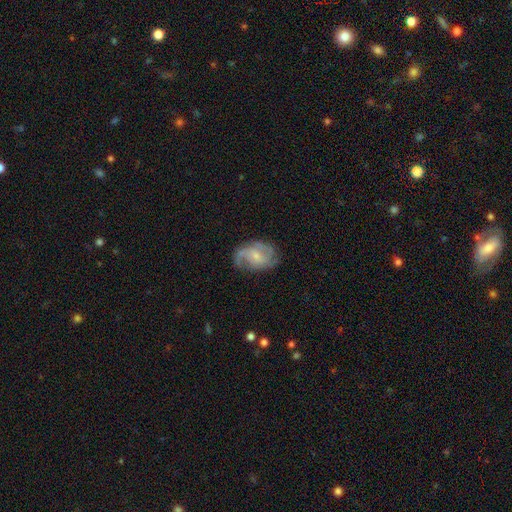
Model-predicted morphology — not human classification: The model was most divided on "bar": no: 53%, weak: 40%, strong: 7%. Remaining: edge-on disk — no (97%); spiral arms — yes (93%); smooth or featured — featured or disk (78%); merging — none (66%); bulge size — small (62%); spiral winding — medium (48%); spiral arm count — 2 (44%).